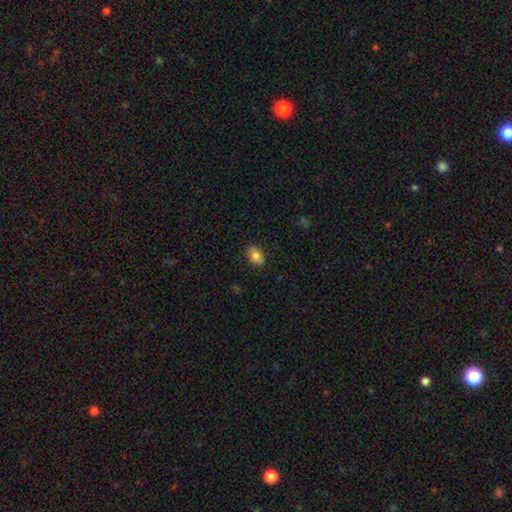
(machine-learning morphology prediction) This is clearly a smooth galaxy (81%). How rounded: clearly in between (85%). Merging: clearly none (84%).